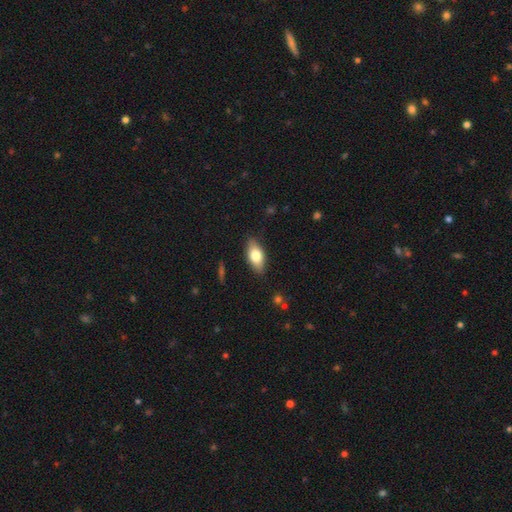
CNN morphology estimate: smooth 73%, featured or disk 21%, star or artifact 7%. Down the decision tree: how rounded — in between (87%); merging — none (86%).